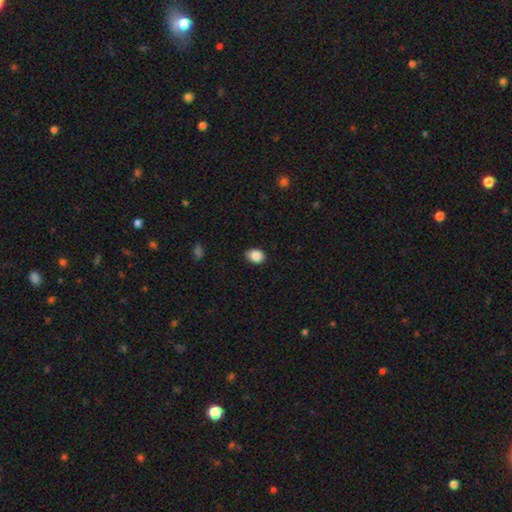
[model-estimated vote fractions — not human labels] The model was most divided on "how rounded": in between: 59%, round: 40%, cigar-shaped: 1%. More confident: smooth or featured — smooth (89%); merging — none (86%).